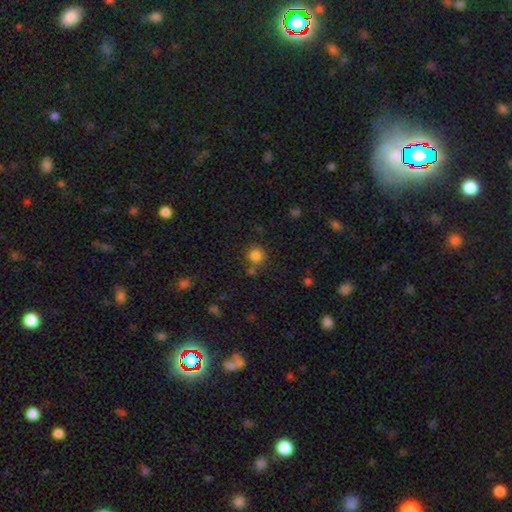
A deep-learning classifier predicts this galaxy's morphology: Smooth or featured: smooth — 83% (star or artifact — 12%)
How rounded: round — 92% (in between — 7%)
Merging: none — 75% (merger — 11%)